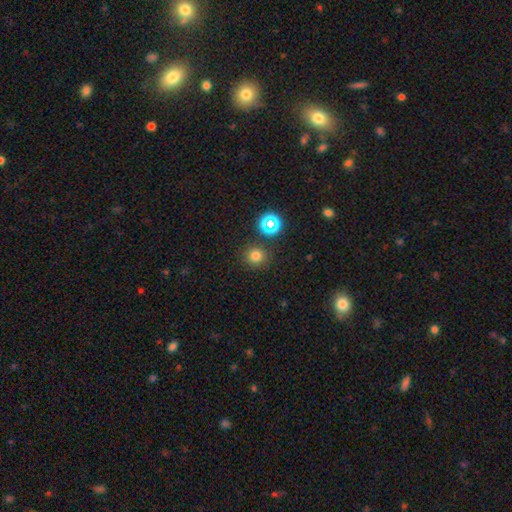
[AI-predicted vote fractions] Smooth or featured? Predicted: smooth (p=0.75). How rounded? Predicted: round (p=0.90). Merging? Predicted: none (p=0.86).